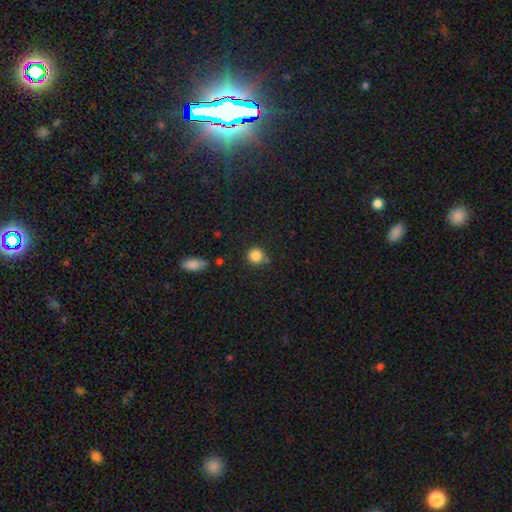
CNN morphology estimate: Smooth or featured? Predicted: smooth (p=0.85). How rounded? Predicted: round (p=0.90). Merging? Predicted: none (p=0.73).